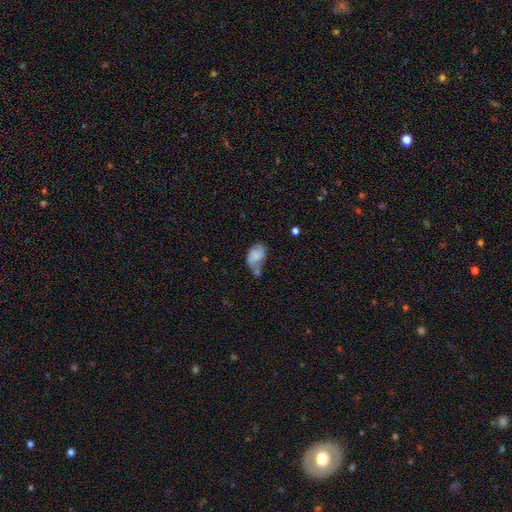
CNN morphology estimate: Smooth or featured: smooth — 72% (featured or disk — 19%)
How rounded: in between — 84% (round — 15%)
Merging: merger — 30% (none — 28%)